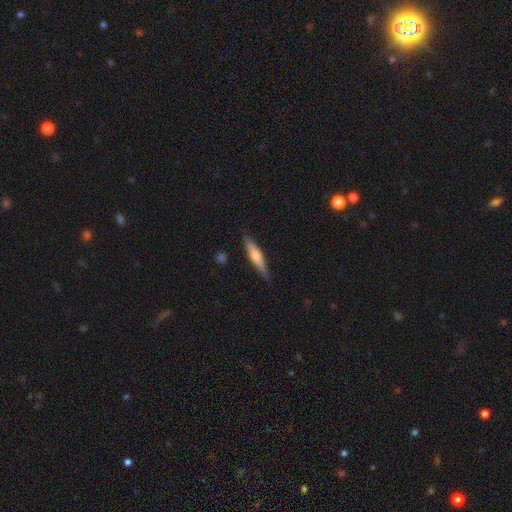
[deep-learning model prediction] A smooth galaxy with no disk features (53%) that is cigar-shaped (85%). Merging: none (87%).